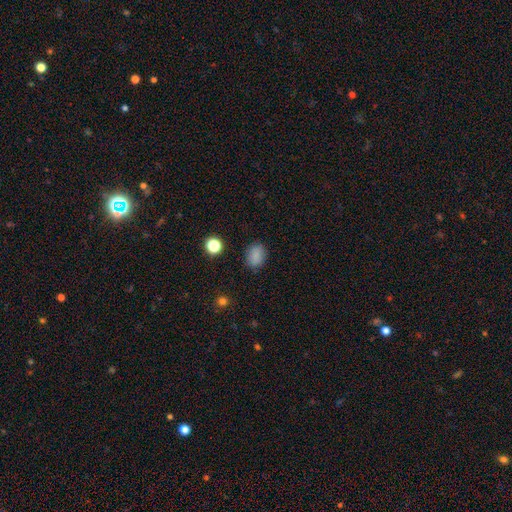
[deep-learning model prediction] Morphology: type=smooth (84%); roundness=in between (63%); merging=none (85%).